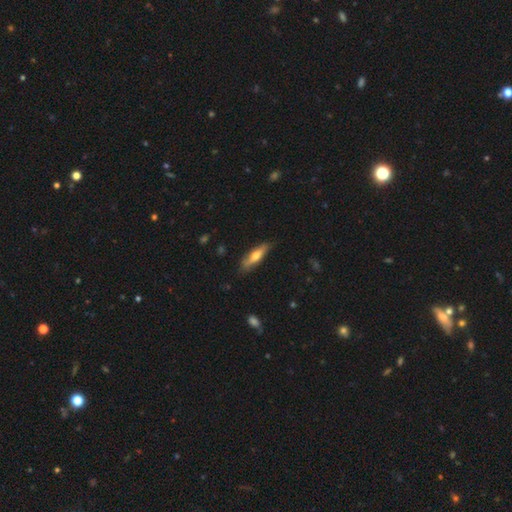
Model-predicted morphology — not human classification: Q: Smooth or featured?
A: smooth (55%); runner-up: featured or disk (39%)
Q: How rounded?
A: cigar-shaped (62%); runner-up: in between (35%)
Q: Merging?
A: none (80%); runner-up: minor disturbance (16%)